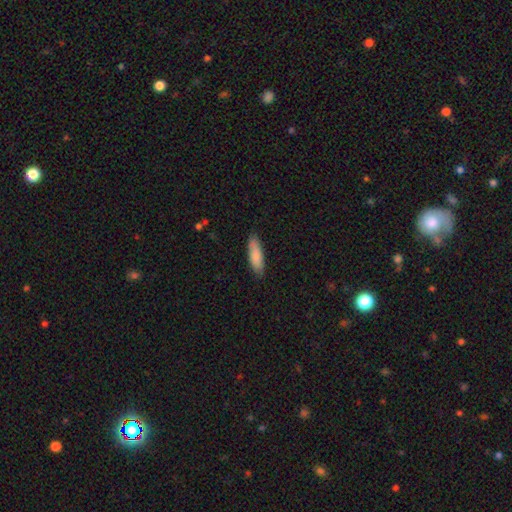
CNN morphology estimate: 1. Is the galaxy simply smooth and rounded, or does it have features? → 84% smooth, 10% featured or disk, 5% star or artifact.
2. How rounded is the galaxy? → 50% cigar-shaped, 49% in between, 1% round.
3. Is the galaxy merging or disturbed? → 84% none, 13% minor disturbance, 2% major disturbance, 1% merger.